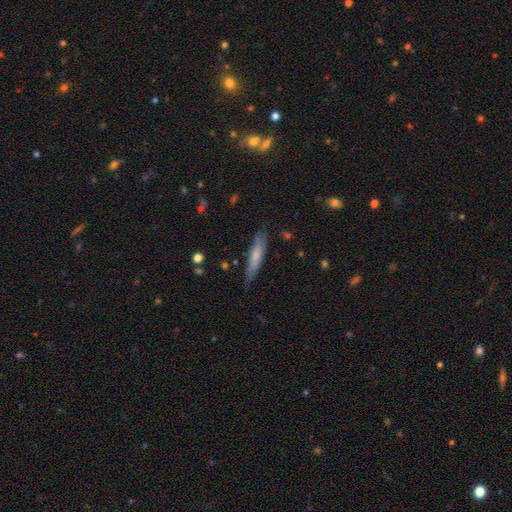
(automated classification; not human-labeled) Smooth or featured: smooth — 60% (featured or disk — 34%)
How rounded: cigar-shaped — 85% (in between — 13%)
Merging: none — 74% (minor disturbance — 21%)